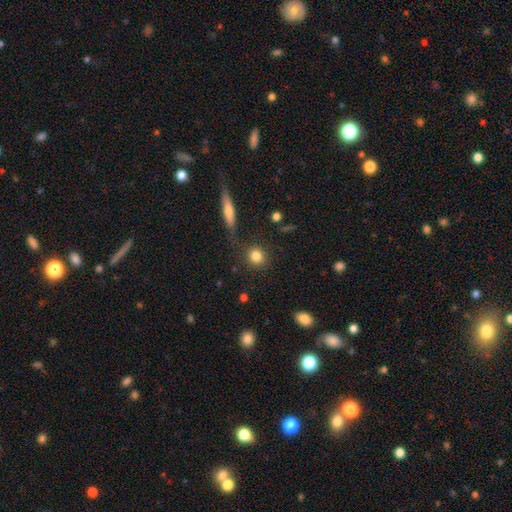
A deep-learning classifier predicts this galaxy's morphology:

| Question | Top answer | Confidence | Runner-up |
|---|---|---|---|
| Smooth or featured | smooth | 83% | star or artifact (10%) |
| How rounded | round | 86% | in between (12%) |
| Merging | none | 83% | minor disturbance (9%) |